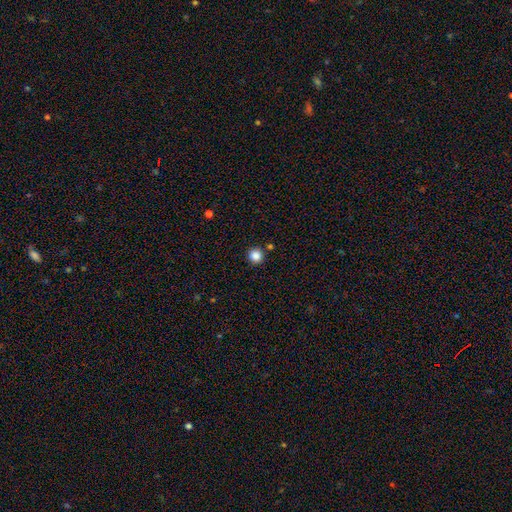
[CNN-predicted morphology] A smooth galaxy with no disk features (86%) that is round (95%).

Vote fractions:
- Smooth or featured? smooth: 86% / star or artifact: 11% / featured or disk: 3%
- How rounded? round: 95% / in between: 5% / cigar-shaped: 1%
- Merging? none: 89% / minor disturbance: 6% / merger: 4% / major disturbance: 2%